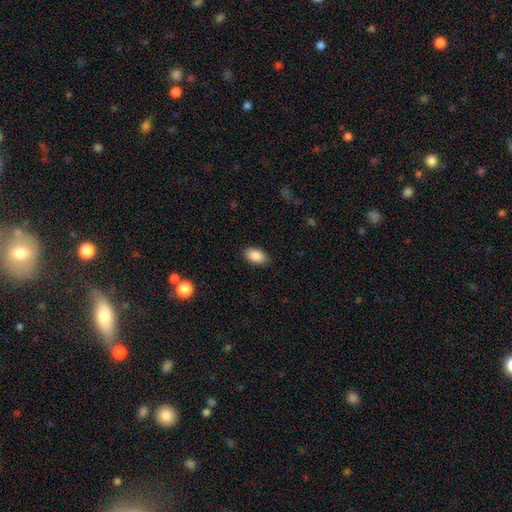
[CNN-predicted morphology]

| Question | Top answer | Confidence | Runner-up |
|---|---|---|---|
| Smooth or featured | smooth | 89% | star or artifact (7%) |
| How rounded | in between | 93% | round (5%) |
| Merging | none | 88% | minor disturbance (9%) |